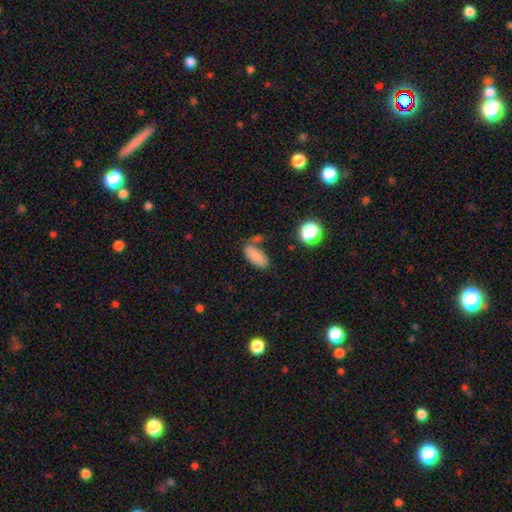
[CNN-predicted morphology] The model was most divided on "merging": none: 58%, minor disturbance: 19%, merger: 16%, major disturbance: 7%. More confident: how rounded — in between (88%); smooth or featured — smooth (82%).